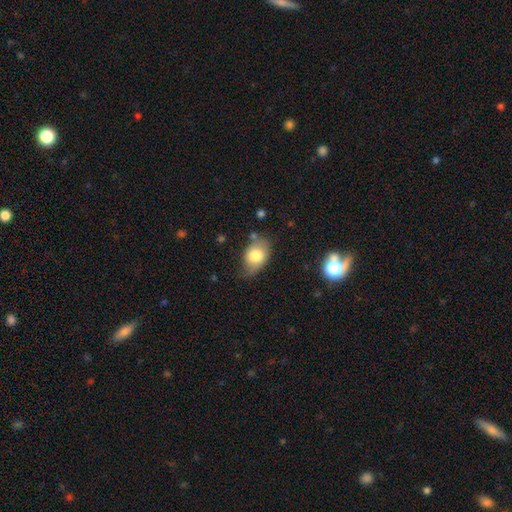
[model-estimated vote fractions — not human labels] The model was most divided on "merging": none: 55%, minor disturbance: 33%, major disturbance: 8%, merger: 4%. More confident: how rounded — in between (80%); smooth or featured — smooth (76%).